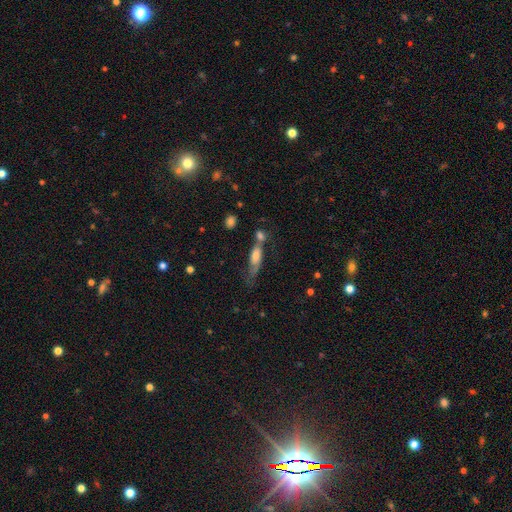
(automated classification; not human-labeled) This appears to be a smooth galaxy with no disk features (59%) that is in between round and cigar-shaped (48%, tied with cigar-shaped). Merging: none (35%).